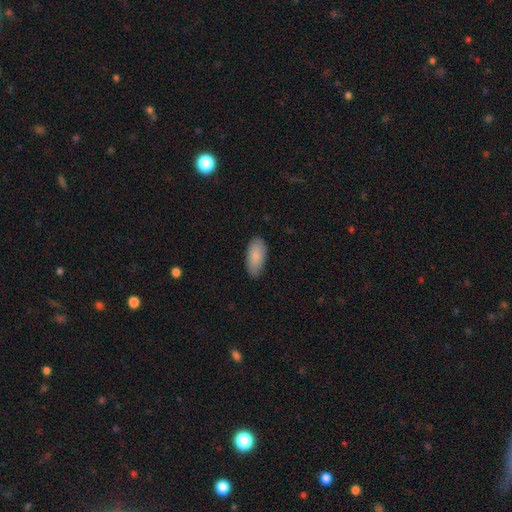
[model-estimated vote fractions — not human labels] Smooth or featured? smooth (86%)
How rounded? in between (90%)
Merging? none (83%)